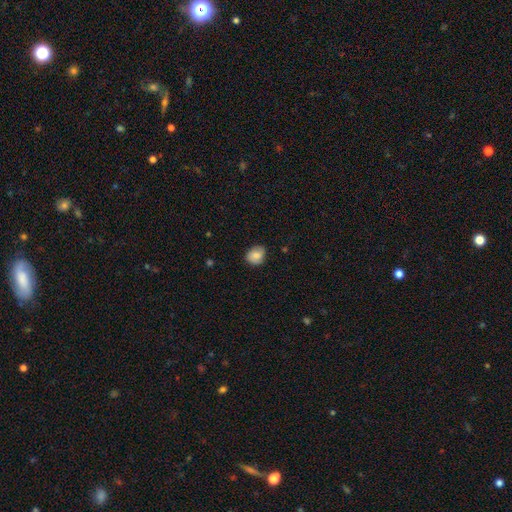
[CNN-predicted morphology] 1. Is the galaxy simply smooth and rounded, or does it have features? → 80% smooth, 12% featured or disk, 8% star or artifact.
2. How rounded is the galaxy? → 64% round, 35% in between, 1% cigar-shaped.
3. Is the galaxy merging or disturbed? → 79% none, 17% minor disturbance, 3% major disturbance, 1% merger.